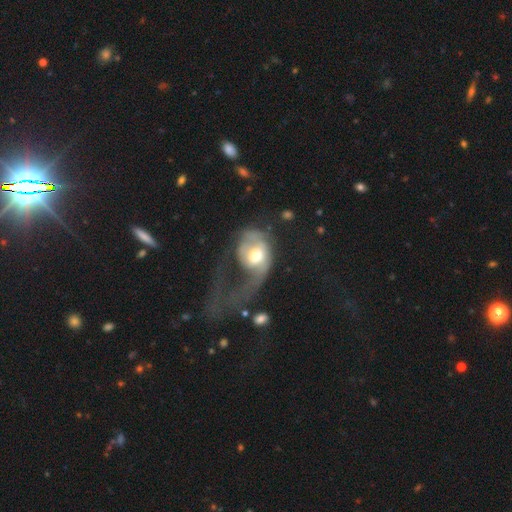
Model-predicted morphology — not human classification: A featured or disk galaxy (51%).

Vote fractions:
- Smooth or featured? featured or disk: 51% / smooth: 42% / star or artifact: 7%
- Edge-on disk? no: 95% / yes: 5%
- Merging? major disturbance: 70% / none: 13% / minor disturbance: 11% / merger: 6%